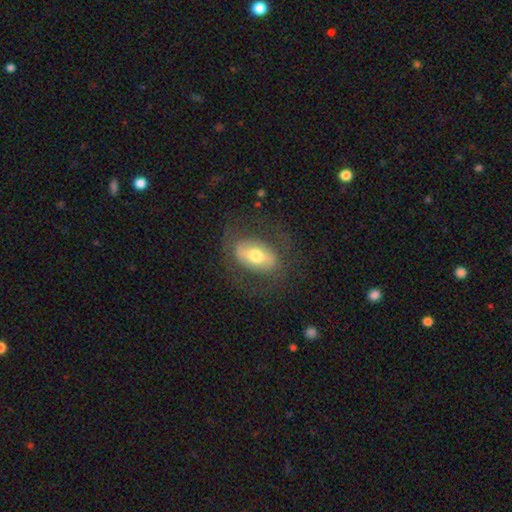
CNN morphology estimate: Smooth or featured: featured or disk — 49% (smooth — 44%)
Merging: none — 74% (minor disturbance — 14%)